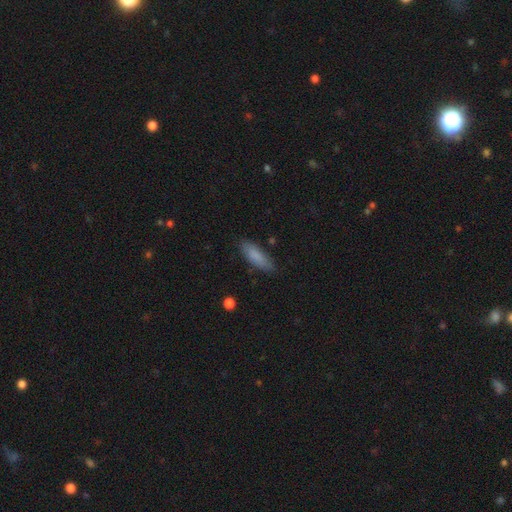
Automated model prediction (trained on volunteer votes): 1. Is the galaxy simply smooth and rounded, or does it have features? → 84% smooth, 10% featured or disk, 6% star or artifact.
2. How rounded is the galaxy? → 59% in between, 39% cigar-shaped, 2% round.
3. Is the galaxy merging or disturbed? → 81% none, 14% minor disturbance, 3% major disturbance, 1% merger.